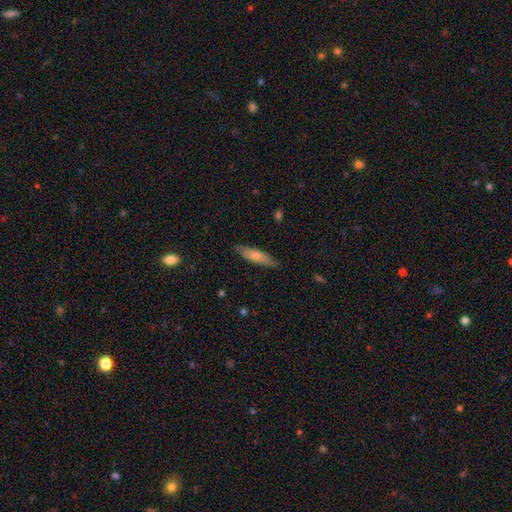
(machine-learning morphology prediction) smooth 66%, featured or disk 28%, star or artifact 6%. Down the decision tree: how rounded — cigar-shaped (67%); merging — none (81%).